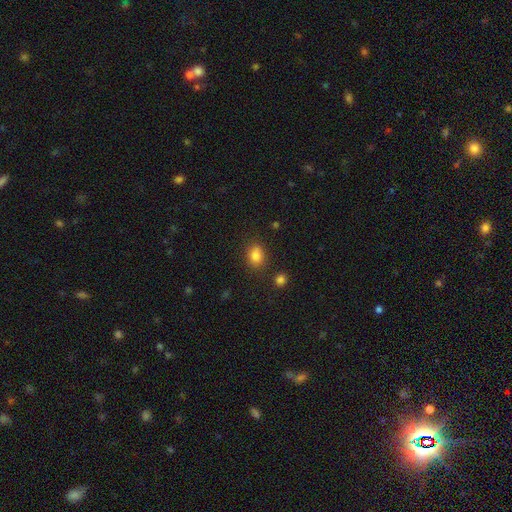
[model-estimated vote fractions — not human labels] A smooth galaxy with no disk features (83%) that is in between round and cigar-shaped (57%). Merging: none (78%).